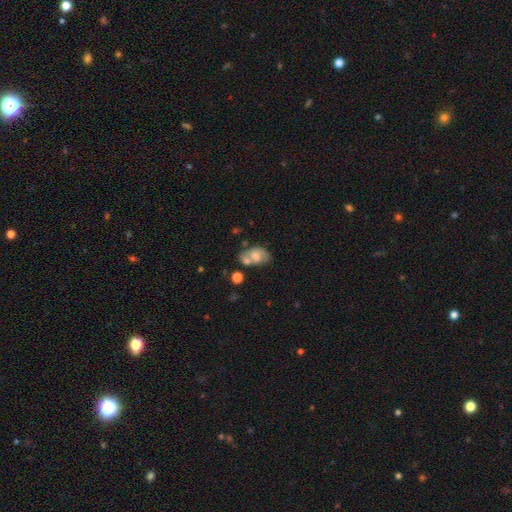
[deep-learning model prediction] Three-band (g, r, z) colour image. It shows a smooth galaxy with no disk features (53%) that is in between round and cigar-shaped (83%). Merging: none (40%).